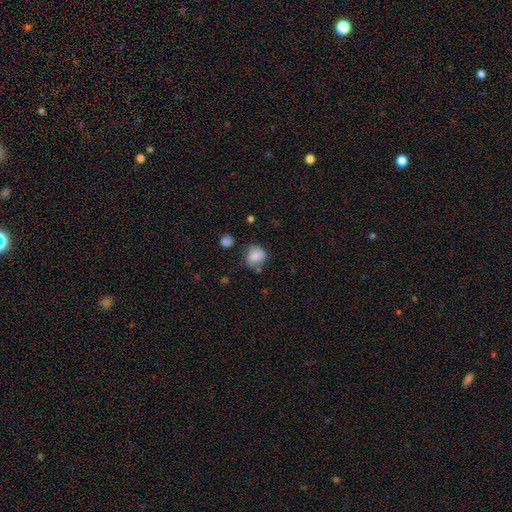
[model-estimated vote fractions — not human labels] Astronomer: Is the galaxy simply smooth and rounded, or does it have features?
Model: smooth — 82%.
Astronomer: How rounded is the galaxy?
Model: round — 76%.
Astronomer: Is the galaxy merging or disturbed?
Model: none — 62%.